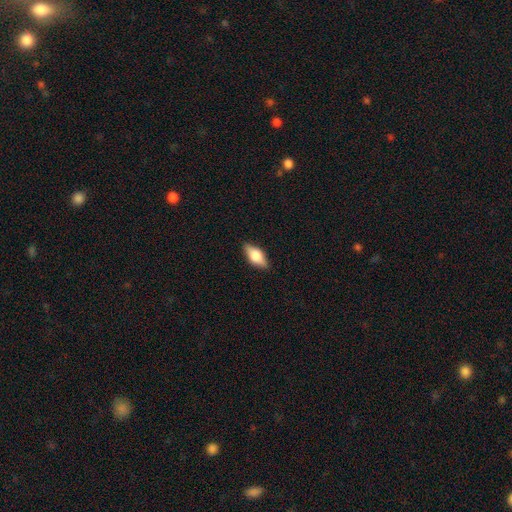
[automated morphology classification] Smooth or featured? Predicted: smooth (p=0.61). How rounded? Predicted: in between (p=0.80). Merging? Predicted: none (p=0.86).